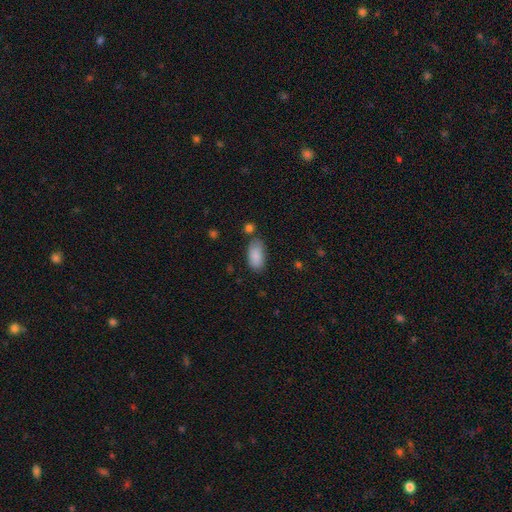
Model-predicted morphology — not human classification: A smooth galaxy with no disk features (87%) that is in between round and cigar-shaped (93%).

Vote fractions:
- Smooth or featured? smooth: 87% / star or artifact: 7% / featured or disk: 7%
- How rounded? in between: 93% / cigar-shaped: 4% / round: 3%
- Merging? none: 71% / minor disturbance: 18% / merger: 6% / major disturbance: 4%